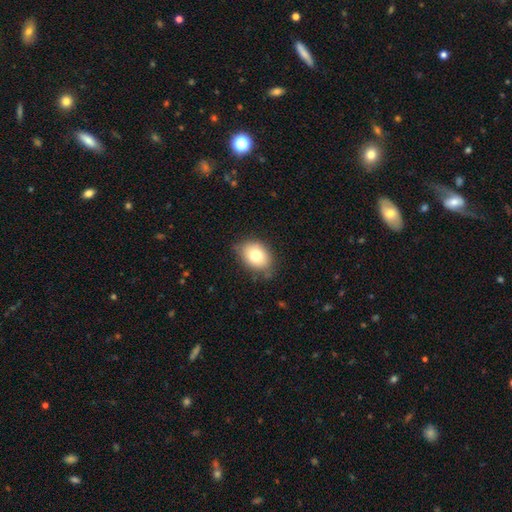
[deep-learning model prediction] Q: Smooth or featured?
A: smooth (79%); runner-up: featured or disk (12%)
Q: How rounded?
A: in between (72%); runner-up: round (27%)
Q: Merging?
A: none (74%); runner-up: minor disturbance (20%)